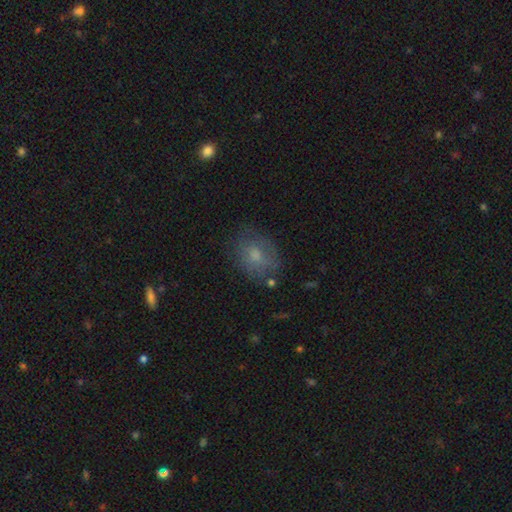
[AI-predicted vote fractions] smooth-or-featured: smooth: 67% | featured or disk: 23% | star or artifact: 11%
  how-rounded: in between: 52% | round: 46% | cigar-shaped: 1%
  merging: none: 67% | minor disturbance: 22% | major disturbance: 9% | merger: 3%